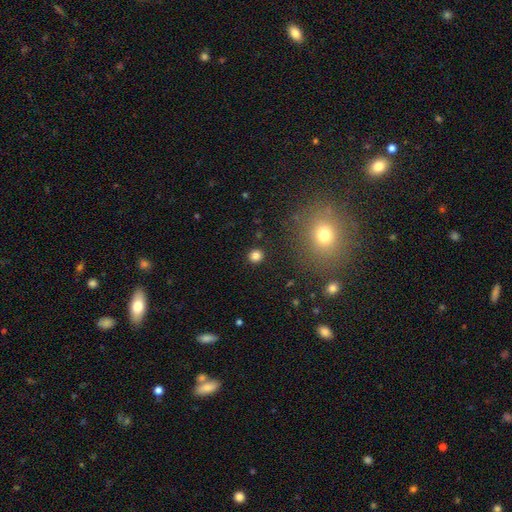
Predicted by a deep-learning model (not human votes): This is clearly a smooth galaxy (82%). How rounded: clearly round (91%). Merging: clearly none (91%).